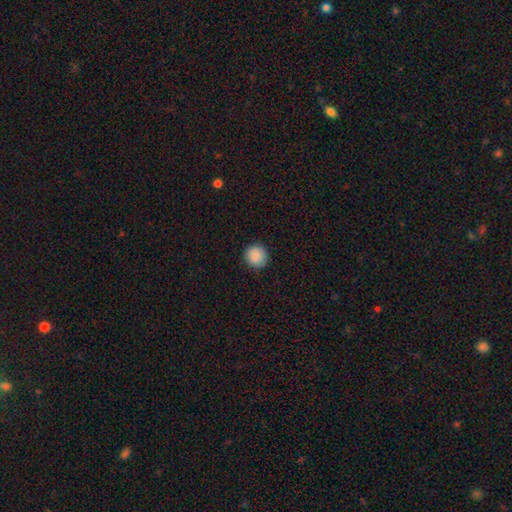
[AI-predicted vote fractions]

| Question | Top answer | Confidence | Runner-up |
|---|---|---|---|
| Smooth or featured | smooth | 89% | star or artifact (8%) |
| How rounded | round | 92% | in between (7%) |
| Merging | none | 90% | minor disturbance (7%) |